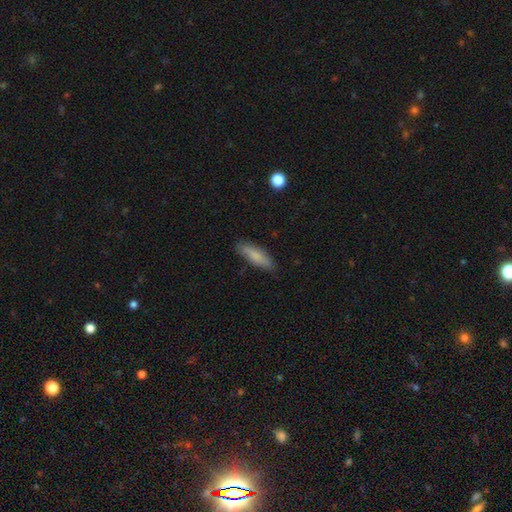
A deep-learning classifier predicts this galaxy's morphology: Smooth or featured? Predicted: smooth (p=0.81). How rounded? Predicted: cigar-shaped (p=0.51). Merging? Predicted: none (p=0.81).